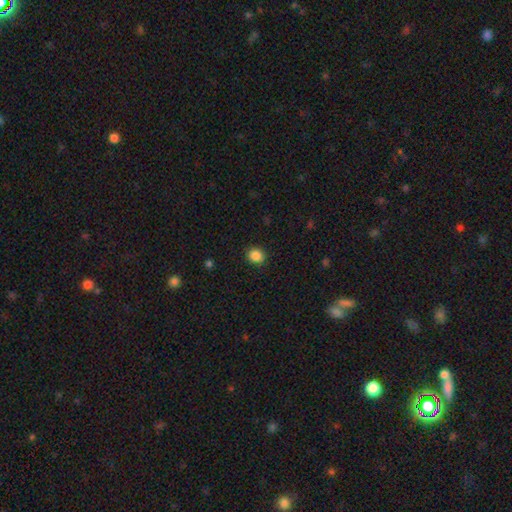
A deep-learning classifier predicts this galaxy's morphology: This is clearly a smooth galaxy (87%). How rounded: likely round (71%). Merging: clearly none (90%).